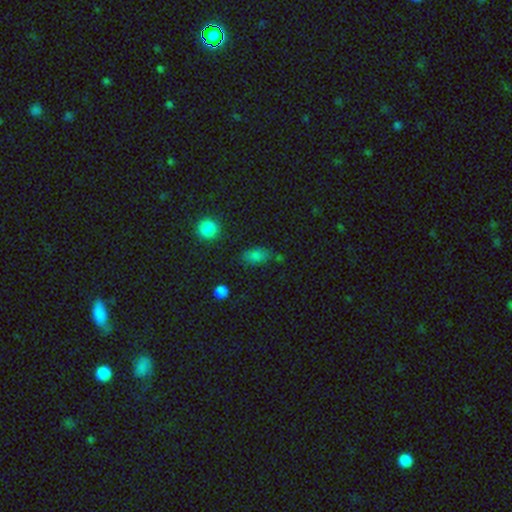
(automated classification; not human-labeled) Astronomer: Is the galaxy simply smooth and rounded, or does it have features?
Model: smooth — 79%.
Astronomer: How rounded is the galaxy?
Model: in between — 84%.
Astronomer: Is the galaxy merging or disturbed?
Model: none — 71%.